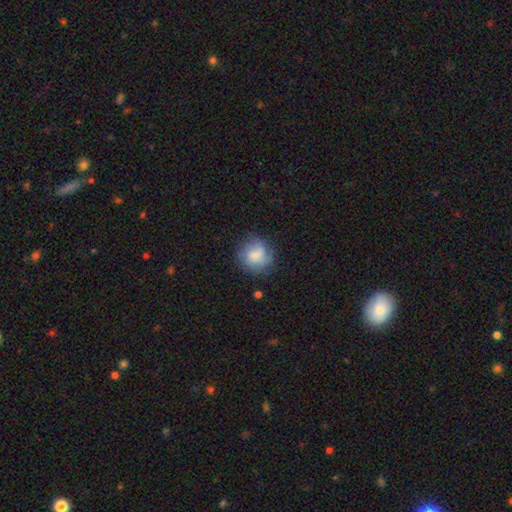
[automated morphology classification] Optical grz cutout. It shows a smooth galaxy with no disk features (70%) that is round (87%). Merging: none (73%).